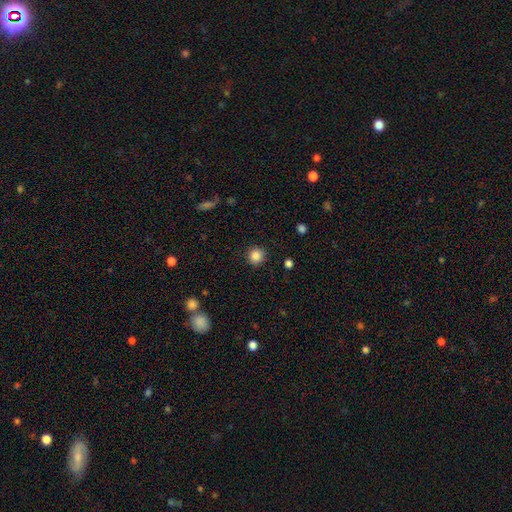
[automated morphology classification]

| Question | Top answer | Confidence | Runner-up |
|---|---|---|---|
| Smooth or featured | smooth | 85% | star or artifact (11%) |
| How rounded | round | 92% | in between (7%) |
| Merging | none | 88% | minor disturbance (8%) |